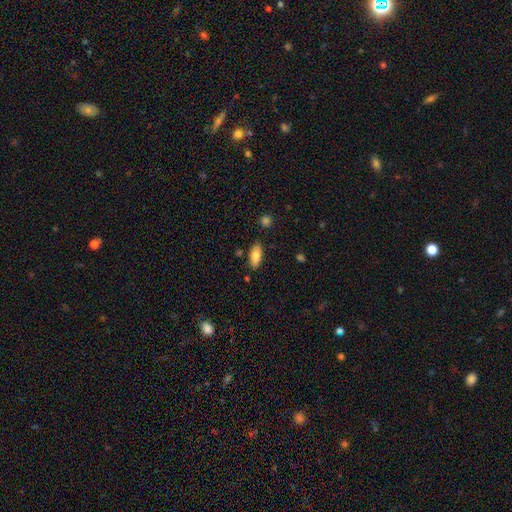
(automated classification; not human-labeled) This appears to be a smooth galaxy with no disk features (82%) that is in between round and cigar-shaped (85%). Merging: none (83%).